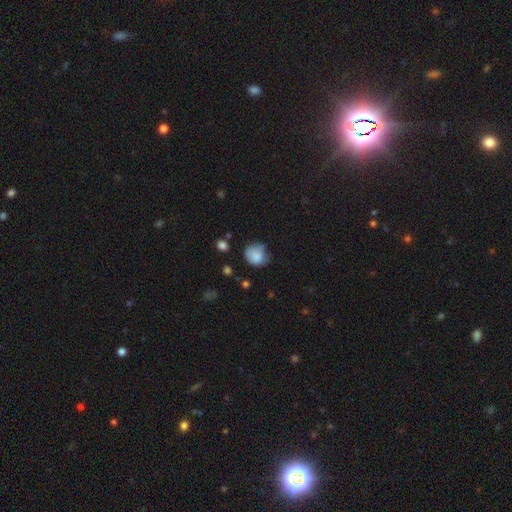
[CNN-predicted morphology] The model was most divided on "merging": none: 50%, minor disturbance: 35%, major disturbance: 12%, merger: 3%. More confident: smooth or featured — smooth (82%); how rounded — round (75%).